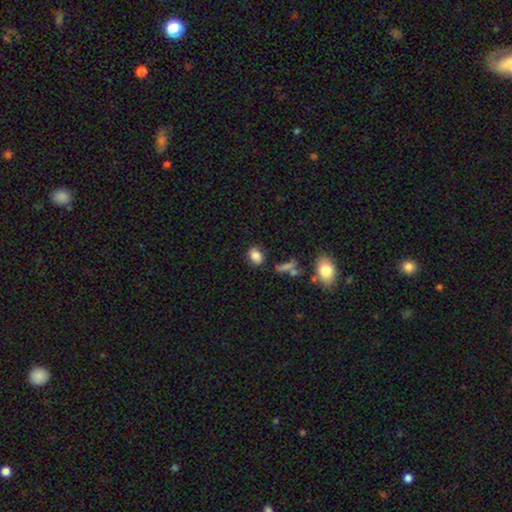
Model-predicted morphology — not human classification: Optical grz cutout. It shows a smooth galaxy with no disk features (82%) that is in between round and cigar-shaped (76%). Merging: none (72%).